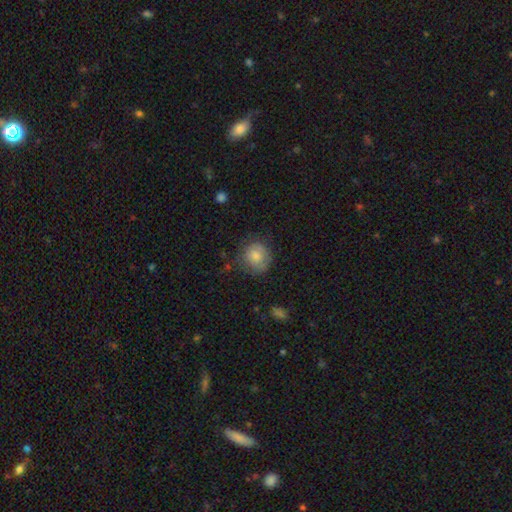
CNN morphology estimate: Smooth or featured: smooth — 73% (featured or disk — 19%)
How rounded: round — 86% (in between — 13%)
Merging: none — 71% (minor disturbance — 21%)